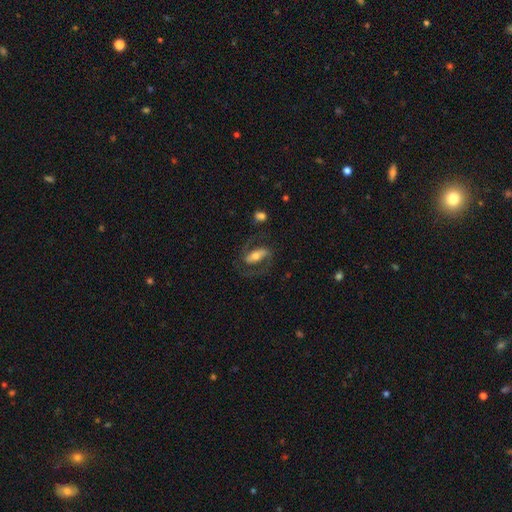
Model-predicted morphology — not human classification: smooth-or-featured: featured or disk: 74% | smooth: 20% | star or artifact: 6%
  disk-edge-on: no: 92% | yes: 8%
    bar: strong: 56% | weak: 26% | no: 19%
    has-spiral-arms: yes: 89% | no: 11%
      spiral-winding: medium: 53% | loose: 28% | tight: 20%
      spiral-arm-count: 2: 89% | can't tell: 4% | 1: 4% | 3: 1% | 4: 1% | more than 4: 1%
    bulge-size: moderate: 61% | small: 25% | large: 11% | dominant: 2% | none: 2%
  merging: none: 66% | major disturbance: 16% | minor disturbance: 15% | merger: 3%